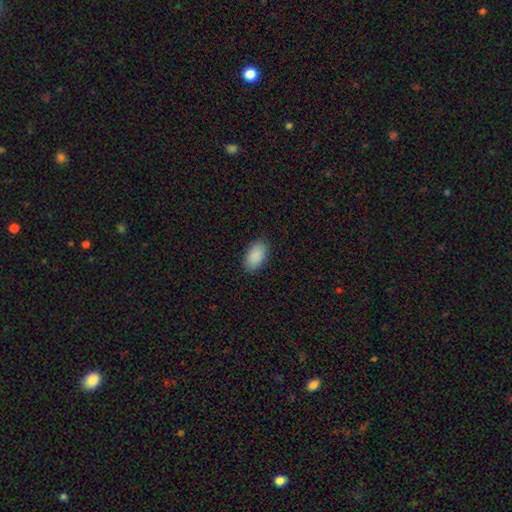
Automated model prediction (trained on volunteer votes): smooth 90%, star or artifact 7%, featured or disk 3%. Down the decision tree: how rounded — in between (94%); merging — none (88%).